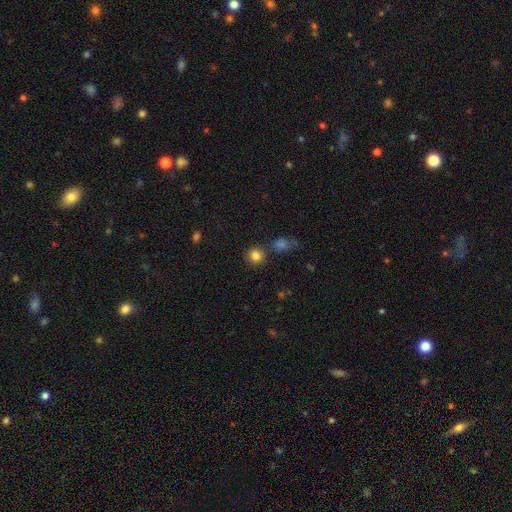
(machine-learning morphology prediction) Smooth or featured: smooth — 83% (star or artifact — 12%)
How rounded: round — 88% (in between — 11%)
Merging: none — 79% (minor disturbance — 9%)